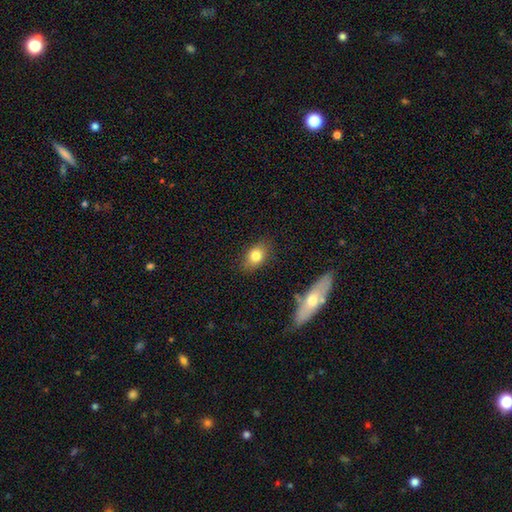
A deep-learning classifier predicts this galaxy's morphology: A smooth galaxy with no disk features (78%) that is in between round and cigar-shaped (73%). Merging: none (83%).